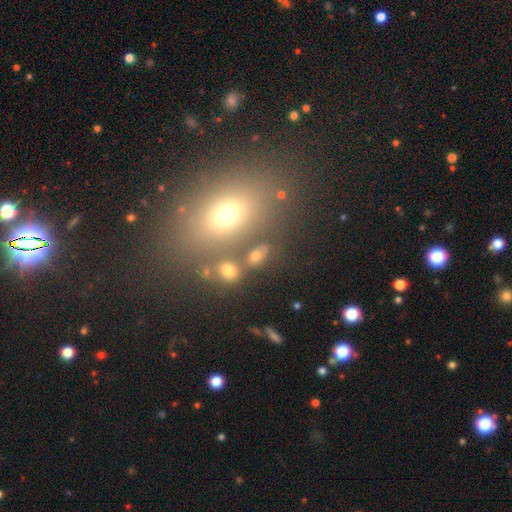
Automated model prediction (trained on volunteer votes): Q: Smooth or featured?
A: smooth (68%); runner-up: star or artifact (19%)
Q: How rounded?
A: in between (67%); runner-up: round (30%)
Q: Merging?
A: none (66%); runner-up: merger (15%)